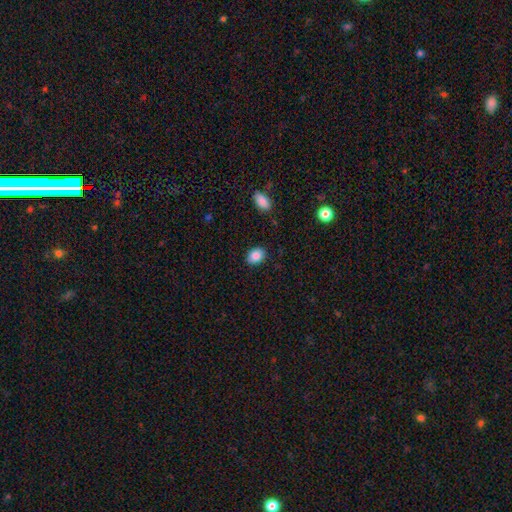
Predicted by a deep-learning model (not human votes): This appears to be a smooth galaxy with no disk features (87%) that is in between round and cigar-shaped (65%). Merging: none (87%).